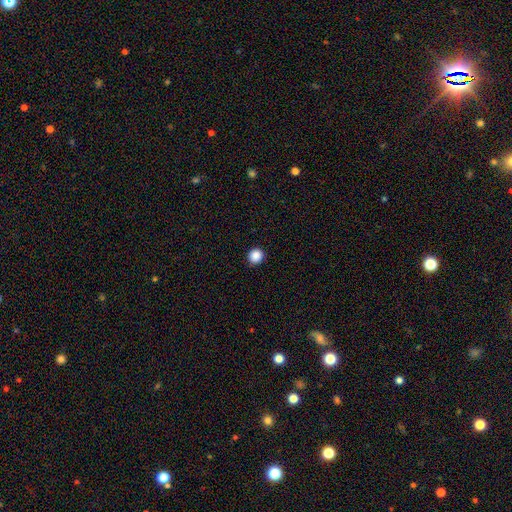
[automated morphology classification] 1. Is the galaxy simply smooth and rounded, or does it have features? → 88% smooth, 10% star or artifact, 2% featured or disk.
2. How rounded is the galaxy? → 94% round, 5% in between, 1% cigar-shaped.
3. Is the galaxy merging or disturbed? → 92% none, 5% minor disturbance, 2% major disturbance, 1% merger.